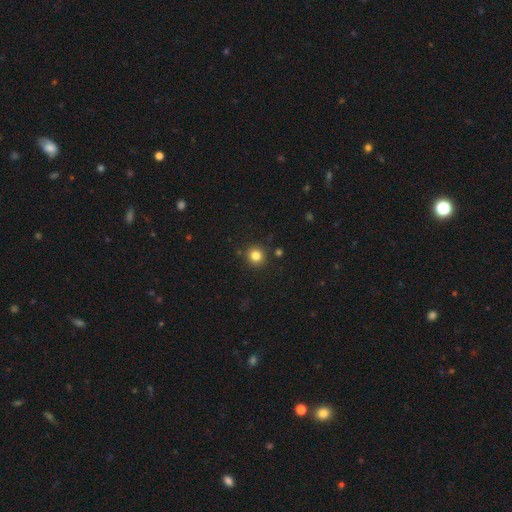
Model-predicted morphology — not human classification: Smooth or featured? Predicted: smooth (p=0.82). How rounded? Predicted: round (p=0.90). Merging? Predicted: none (p=0.89).